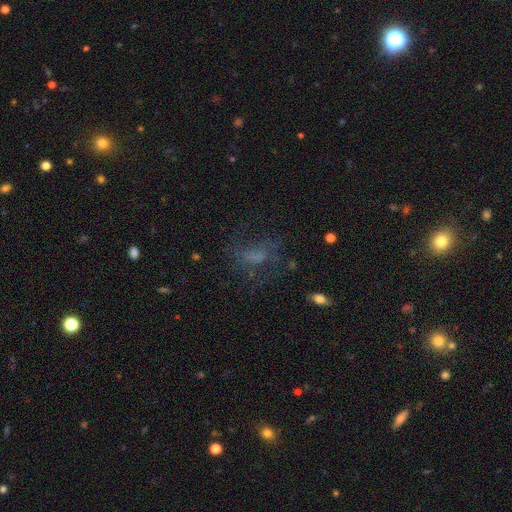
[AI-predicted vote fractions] smooth-or-featured: smooth: 41% | featured or disk: 34% | star or artifact: 25%
  merging: none: 52% | major disturbance: 27% | minor disturbance: 19% | merger: 3%